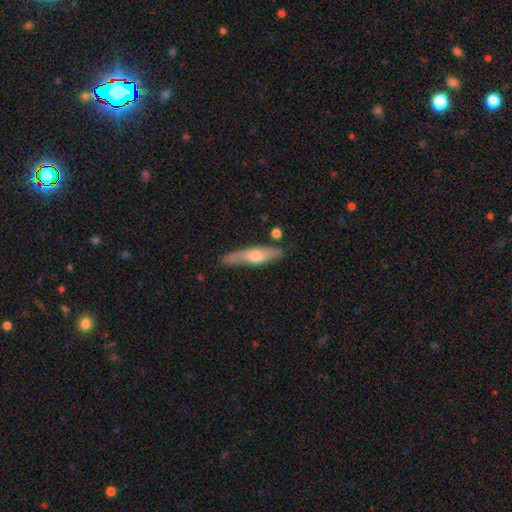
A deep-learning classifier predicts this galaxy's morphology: smooth-or-featured: smooth: 49% | featured or disk: 46% | star or artifact: 6%
  merging: none: 78% | minor disturbance: 15% | merger: 4% | major disturbance: 3%